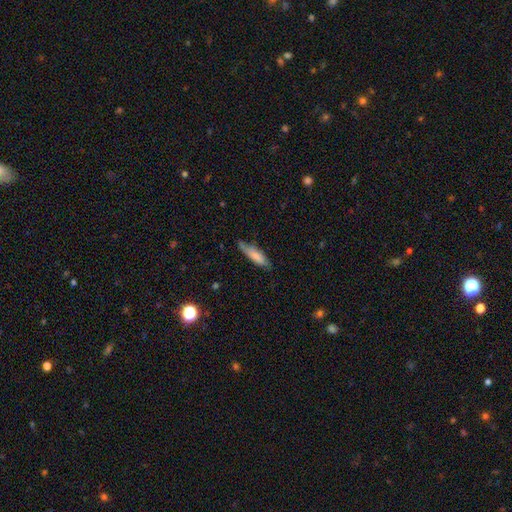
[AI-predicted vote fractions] Smooth or featured: smooth — 72% (featured or disk — 22%)
How rounded: cigar-shaped — 59% (in between — 40%)
Merging: none — 62% (minor disturbance — 29%)